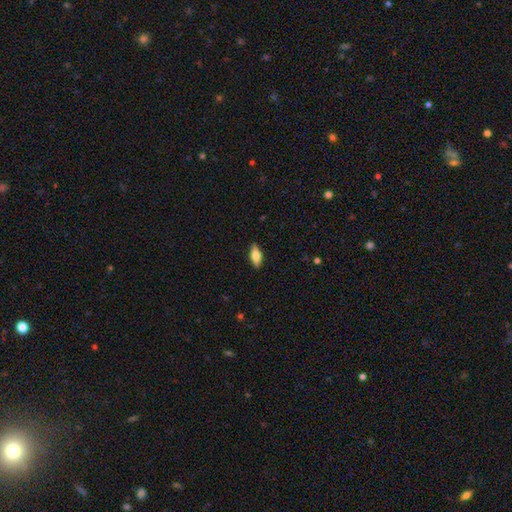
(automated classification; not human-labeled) smooth-or-featured: smooth: 73% | featured or disk: 20% | star or artifact: 6%
  how-rounded: in between: 75% | cigar-shaped: 22% | round: 3%
  merging: none: 89% | minor disturbance: 9% | major disturbance: 2% | merger: 1%